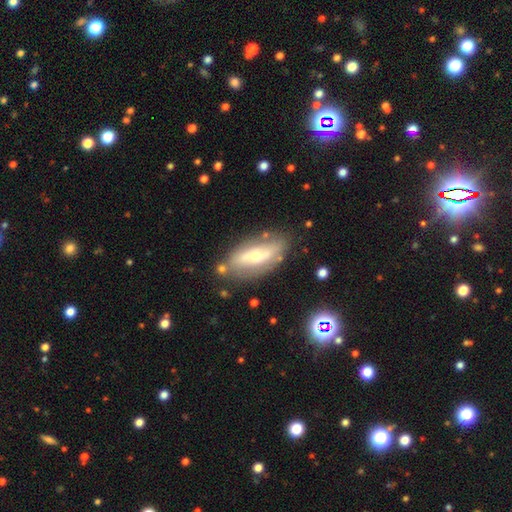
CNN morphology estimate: smooth-or-featured: featured or disk: 57% | smooth: 36% | star or artifact: 7%
  disk-edge-on: no: 70% | yes: 30%
  merging: none: 75% | minor disturbance: 15% | major disturbance: 5% | merger: 4%